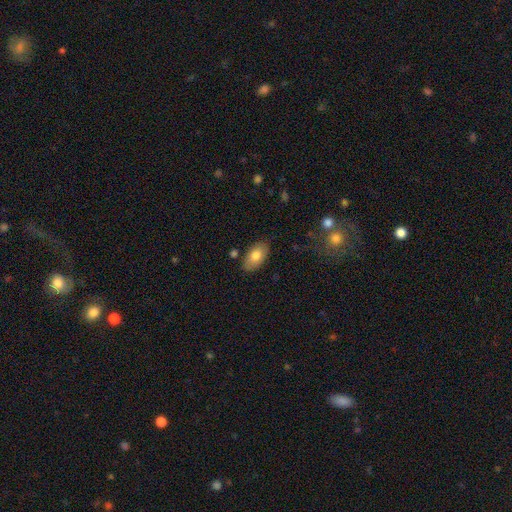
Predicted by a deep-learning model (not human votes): Morphology: type=smooth (77%); roundness=in between (94%); merging=none (82%).